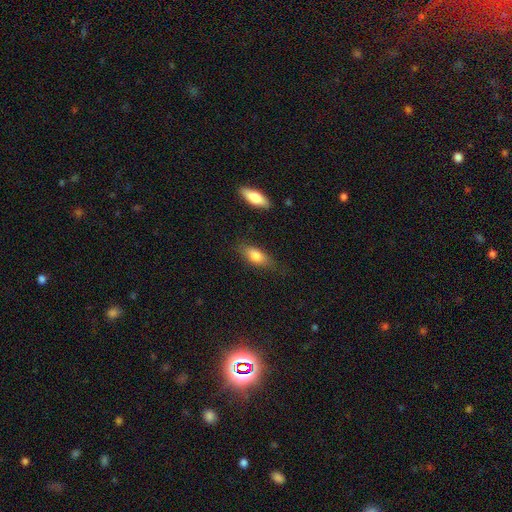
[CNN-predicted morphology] Smooth or featured?
  - smooth: 81% *
  - featured or disk: 13%
  - star or artifact: 7%
How rounded?
  - in between: 81% *
  - cigar-shaped: 15%
  - round: 4%
Merging?
  - none: 74% *
  - minor disturbance: 18%
  - major disturbance: 5%
  - merger: 3%